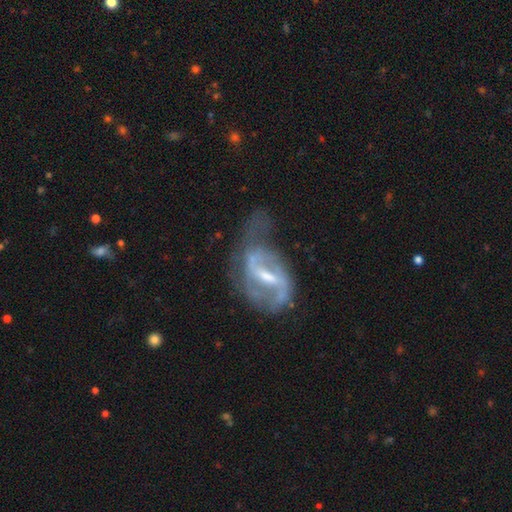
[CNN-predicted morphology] Overall: featured or disk (83%). Edge-on disk: no (96%). Bar: weak (44%, tied with strong). Spiral arms: yes (90%). Spiral arm count: 2 (76%). Spiral winding: loose (46%; medium 39%). Bulge size: small (52%; moderate 39%). Merging: none (43%; major disturbance 28%).